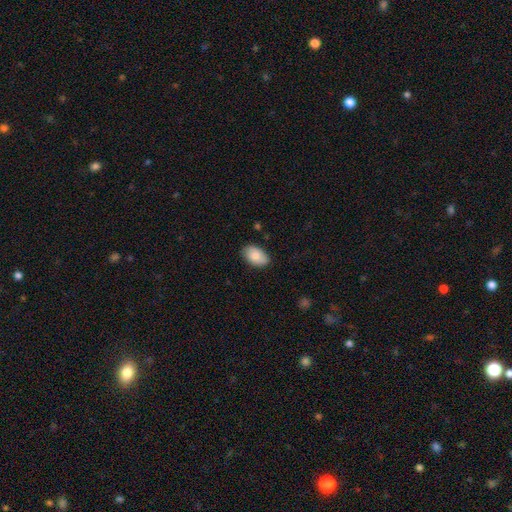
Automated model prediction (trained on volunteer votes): Q: Smooth or featured?
A: smooth (87%); runner-up: featured or disk (7%)
Q: How rounded?
A: in between (92%); runner-up: round (7%)
Q: Merging?
A: none (84%); runner-up: minor disturbance (13%)